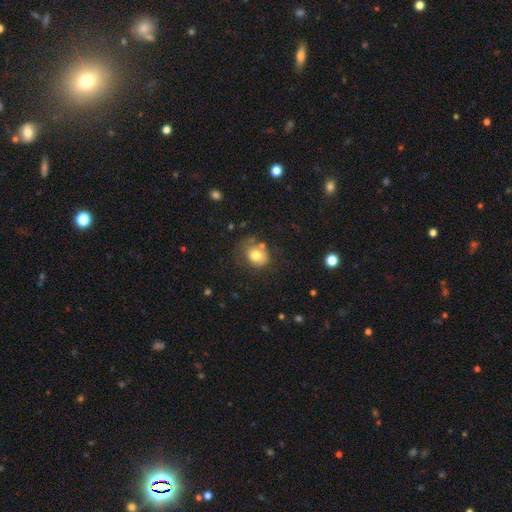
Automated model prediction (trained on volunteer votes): smooth-or-featured: smooth: 74% | featured or disk: 16% | star or artifact: 10%
  how-rounded: round: 64% | in between: 36% | cigar-shaped: 1%
  merging: none: 56% | minor disturbance: 24% | major disturbance: 12% | merger: 8%